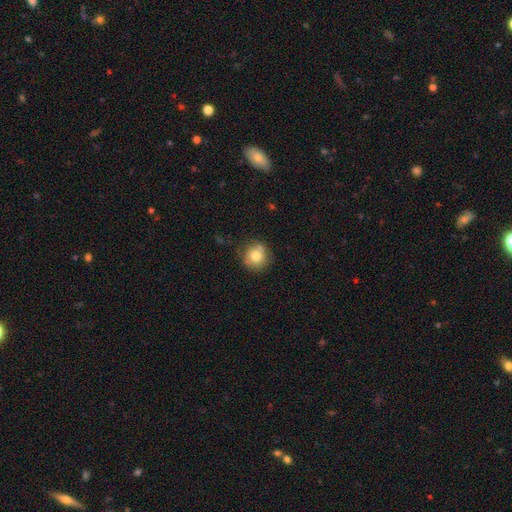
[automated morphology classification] A smooth galaxy with no disk features (79%) that is round (91%).

Vote fractions:
- Smooth or featured? smooth: 79% / featured or disk: 12% / star or artifact: 9%
- How rounded? round: 91% / in between: 8% / cigar-shaped: 1%
- Merging? none: 78% / minor disturbance: 16% / major disturbance: 4% / merger: 3%